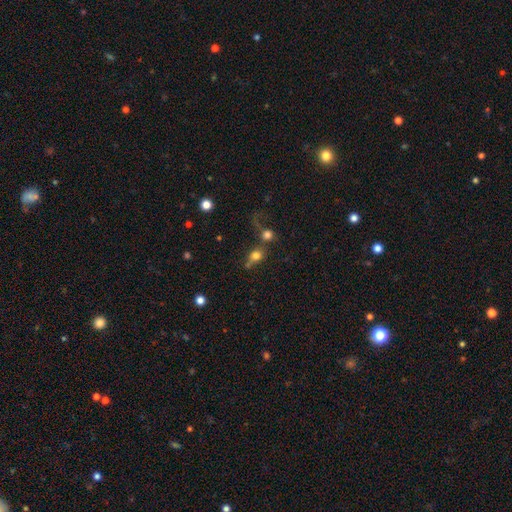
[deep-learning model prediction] Smooth or featured?
  - smooth: 73% *
  - star or artifact: 14%
  - featured or disk: 13%
How rounded?
  - round: 74% *
  - in between: 24%
  - cigar-shaped: 2%
Merging?
  - merger: 39% *
  - none: 36%
  - major disturbance: 13%
  - minor disturbance: 12%